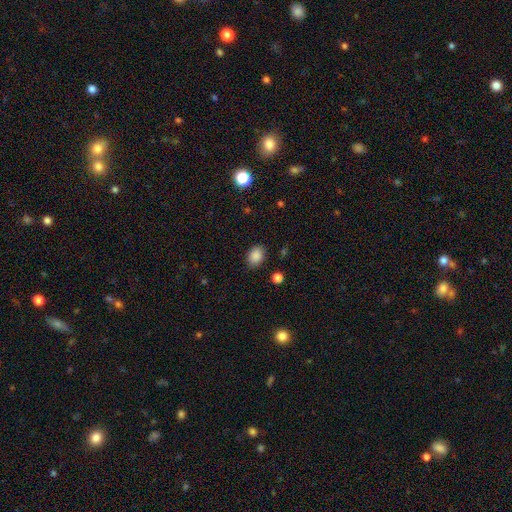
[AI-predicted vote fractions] The model was most divided on "how rounded": in between: 67%, round: 32%, cigar-shaped: 1%. More confident: smooth or featured — smooth (87%); merging — none (84%).